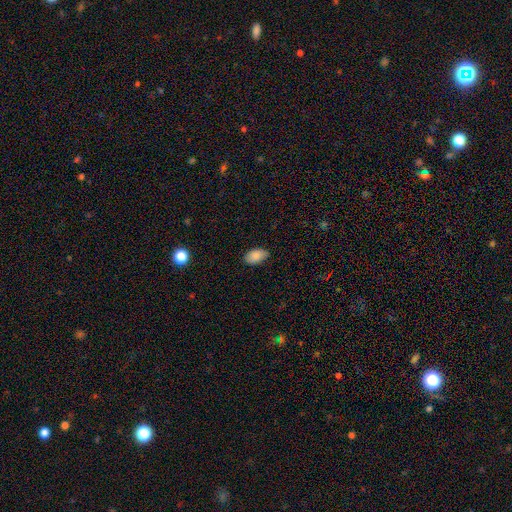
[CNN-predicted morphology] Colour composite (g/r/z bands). It shows a smooth galaxy with no disk features (86%) that is in between round and cigar-shaped (93%). Merging: none (82%).